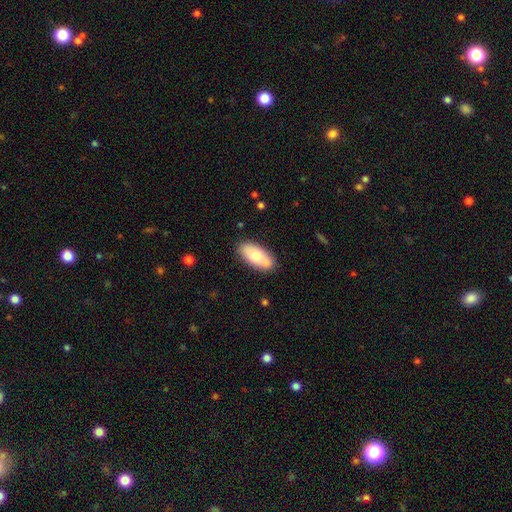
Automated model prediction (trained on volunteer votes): A smooth galaxy with no disk features (69%) that is in between round and cigar-shaped (89%).

Vote fractions:
- Smooth or featured? smooth: 69% / featured or disk: 24% / star or artifact: 7%
- How rounded? in between: 89% / cigar-shaped: 7% / round: 3%
- Merging? none: 65% / merger: 18% / minor disturbance: 14% / major disturbance: 3%